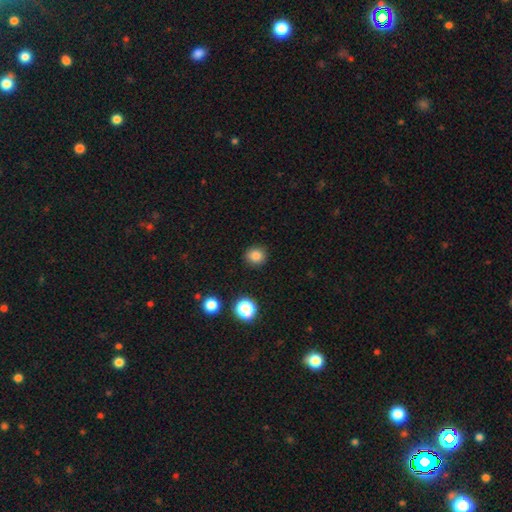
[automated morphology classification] type=smooth (83%); roundness=round (87%); merging=none (91%).